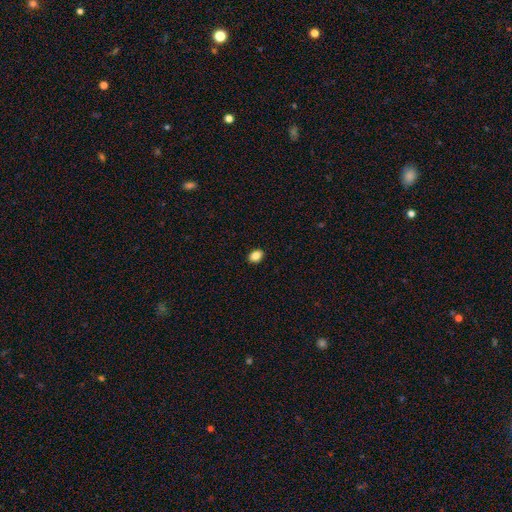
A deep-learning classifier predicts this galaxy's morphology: Smooth or featured?
  - smooth: 86% *
  - star or artifact: 9%
  - featured or disk: 5%
How rounded?
  - in between: 72% *
  - round: 27%
  - cigar-shaped: 1%
Merging?
  - none: 90% *
  - minor disturbance: 7%
  - major disturbance: 2%
  - merger: 1%